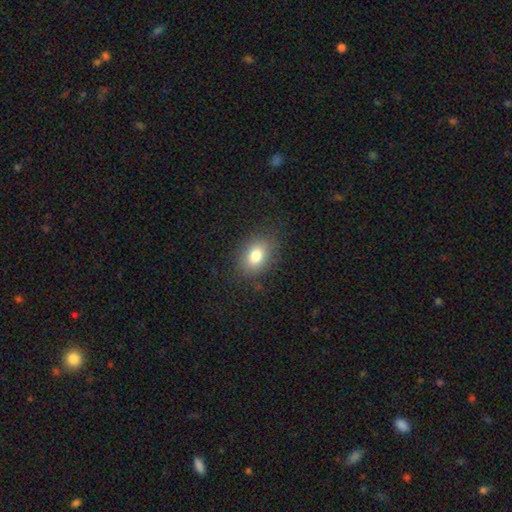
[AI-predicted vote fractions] Smooth or featured?
  - smooth: 79% *
  - star or artifact: 11%
  - featured or disk: 10%
How rounded?
  - in between: 71% *
  - round: 28%
  - cigar-shaped: 1%
Merging?
  - none: 84% *
  - minor disturbance: 11%
  - major disturbance: 4%
  - merger: 1%